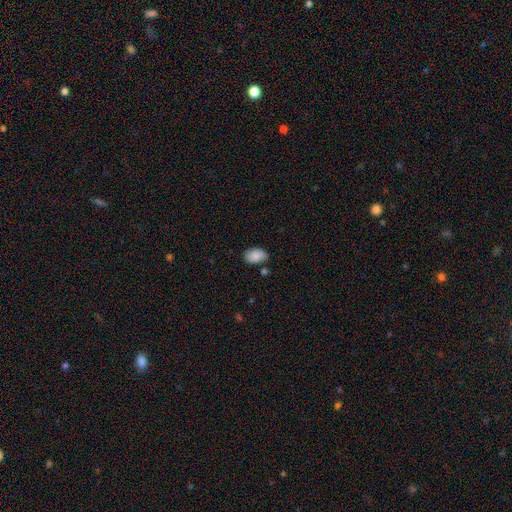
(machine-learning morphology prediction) Smooth or featured? smooth (86%)
How rounded? in between (88%)
Merging? none (68%)